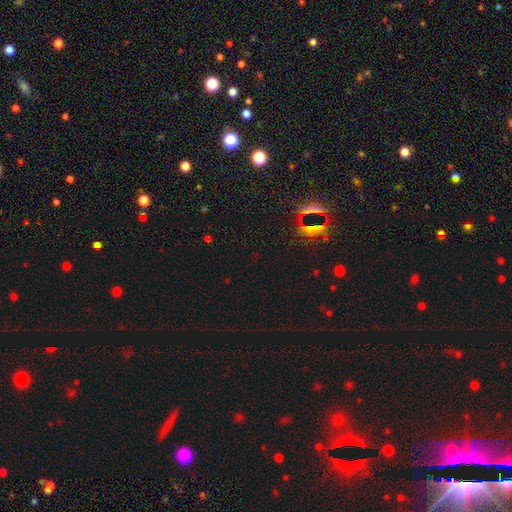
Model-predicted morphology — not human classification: Smooth or featured? star or artifact (71%)